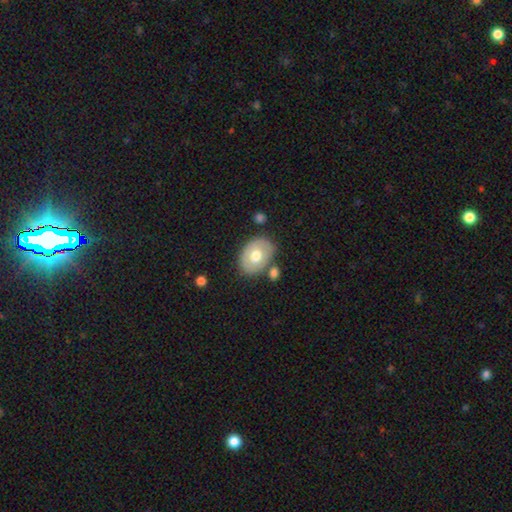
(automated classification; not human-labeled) smooth-or-featured: smooth: 58% | featured or disk: 36% | star or artifact: 6%
  how-rounded: in between: 76% | round: 23% | cigar-shaped: 1%
  merging: none: 72% | minor disturbance: 15% | merger: 9% | major disturbance: 4%